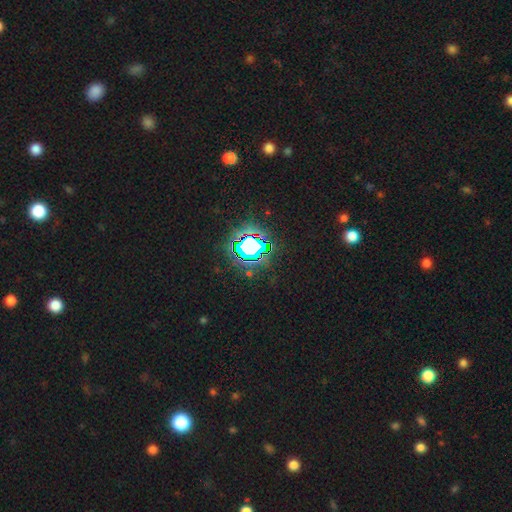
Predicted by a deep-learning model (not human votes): Smooth or featured? Predicted: star or artifact (p=0.79).